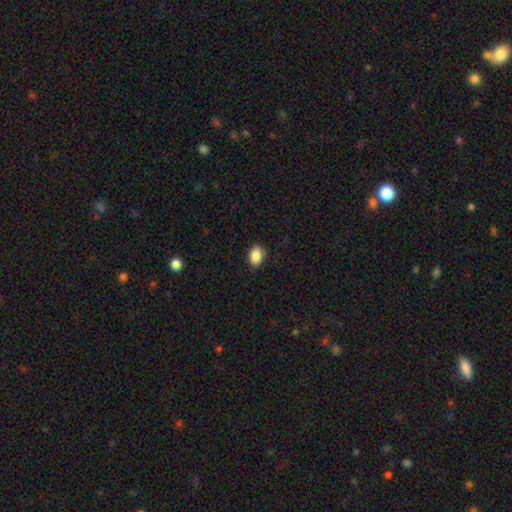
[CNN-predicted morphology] smooth_or_featured: smooth (p=0.87) [alt: star or artifact p=0.08]
how_rounded: in between (p=0.81) [alt: round p=0.18]
merging: none (p=0.84) [alt: minor disturbance p=0.12]